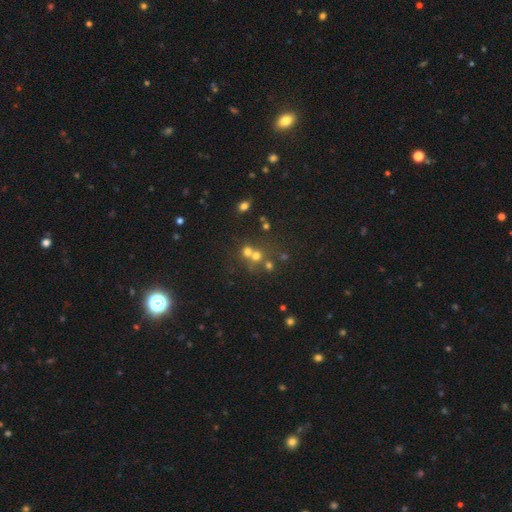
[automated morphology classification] type=smooth (58%); roundness=round (83%); merging=merger (46%).